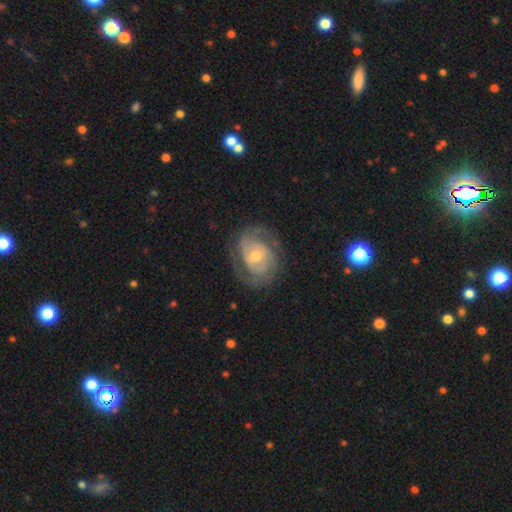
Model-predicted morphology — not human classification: smooth-or-featured: featured or disk: 87% | smooth: 9% | star or artifact: 5%
  disk-edge-on: no: 98% | yes: 2%
    bar: no: 58% | weak: 34% | strong: 8%
    has-spiral-arms: yes: 95% | no: 5%
      spiral-winding: tight: 56% | medium: 36% | loose: 8%
      spiral-arm-count: 2: 63% | can't tell: 14% | 3: 13% | 1: 4% | 4: 3% | more than 4: 3%
    bulge-size: moderate: 57% | small: 37% | large: 4% | none: 1% | dominant: 1%
  merging: none: 75% | minor disturbance: 16% | major disturbance: 8% | merger: 1%